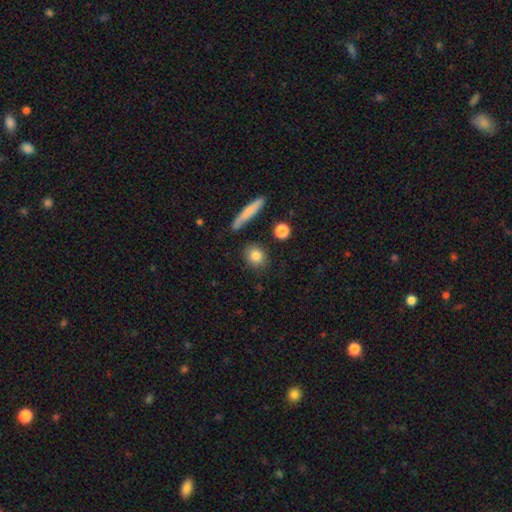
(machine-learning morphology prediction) smooth-or-featured: smooth: 82% | featured or disk: 9% | star or artifact: 8%
  how-rounded: round: 65% | in between: 29% | cigar-shaped: 6%
  merging: none: 84% | minor disturbance: 10% | merger: 4% | major disturbance: 3%